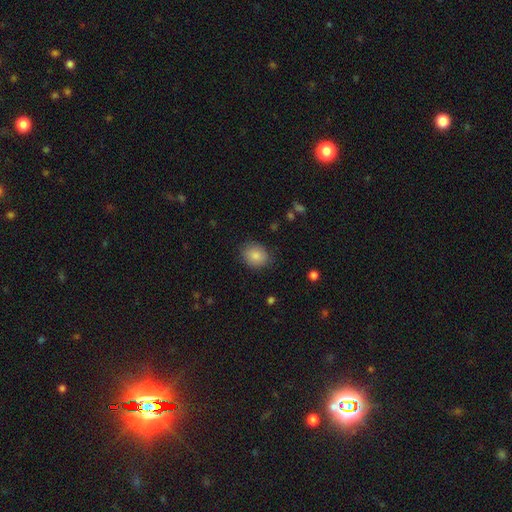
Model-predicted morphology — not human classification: Smooth or featured: smooth — 87% (star or artifact — 8%)
How rounded: round — 58% (in between — 41%)
Merging: none — 84% (minor disturbance — 11%)